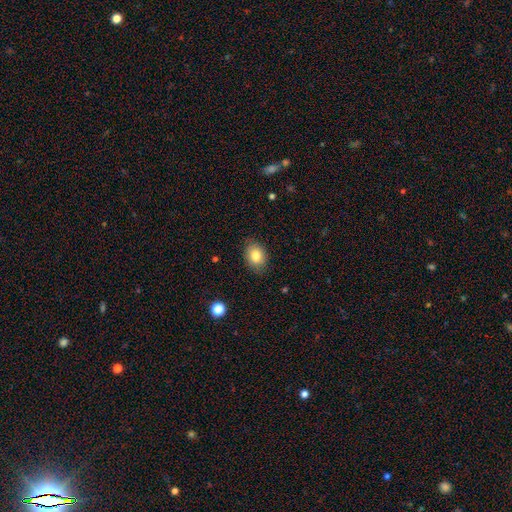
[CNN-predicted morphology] Smooth or featured? smooth (83%)
How rounded? in between (66%)
Merging? none (83%)